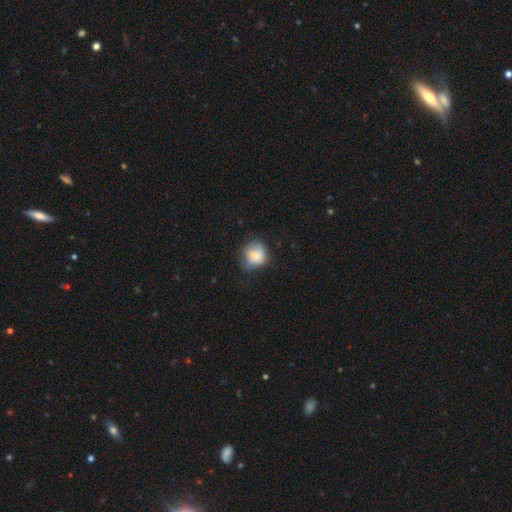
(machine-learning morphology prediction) Q: Smooth or featured?
A: smooth (74%); runner-up: featured or disk (18%)
Q: How rounded?
A: round (80%); runner-up: in between (19%)
Q: Merging?
A: none (59%); runner-up: minor disturbance (30%)